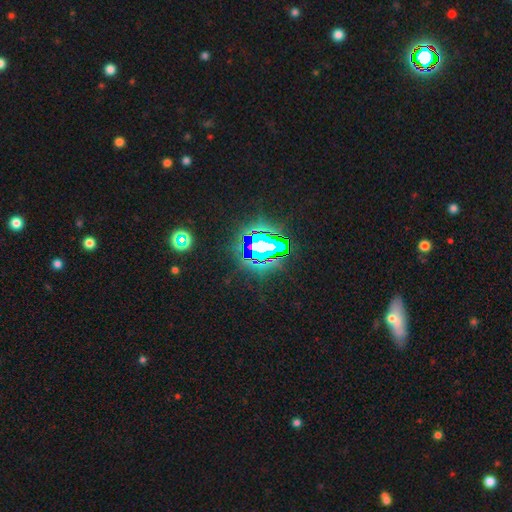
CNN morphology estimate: smooth-or-featured: star or artifact: 81% | smooth: 10% | featured or disk: 9%